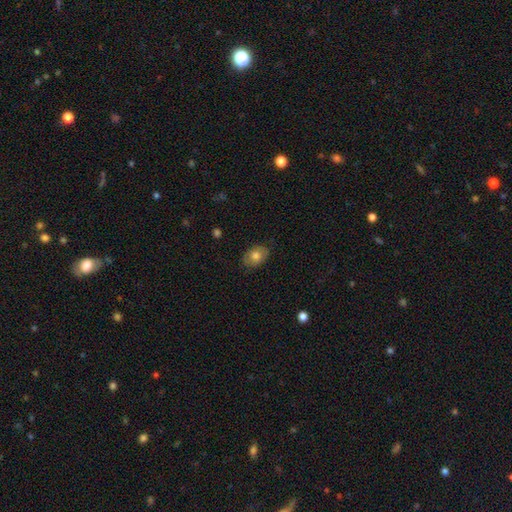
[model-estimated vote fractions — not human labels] This appears to be a smooth galaxy with no disk features (73%) that is in between round and cigar-shaped (81%). Merging: none (82%).